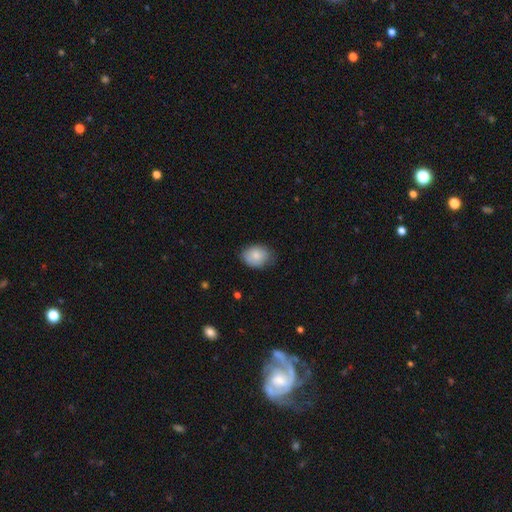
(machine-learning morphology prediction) smooth 83%, featured or disk 10%, star or artifact 7%. Down the decision tree: how rounded — in between (60%); merging — none (71%).